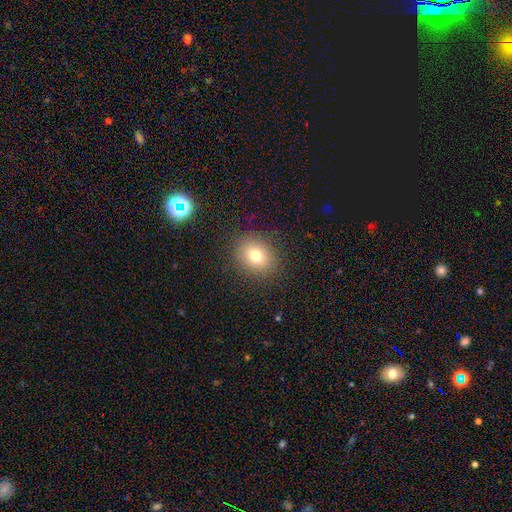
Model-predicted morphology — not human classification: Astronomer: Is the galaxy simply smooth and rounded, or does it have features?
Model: smooth — 76%.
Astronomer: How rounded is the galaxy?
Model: round — 67%.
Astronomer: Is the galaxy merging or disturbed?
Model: none — 88%.